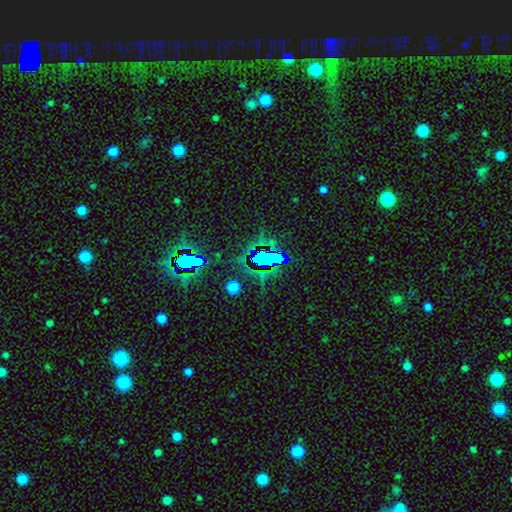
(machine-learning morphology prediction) Q: Smooth or featured?
A: star or artifact (69%); runner-up: smooth (19%)